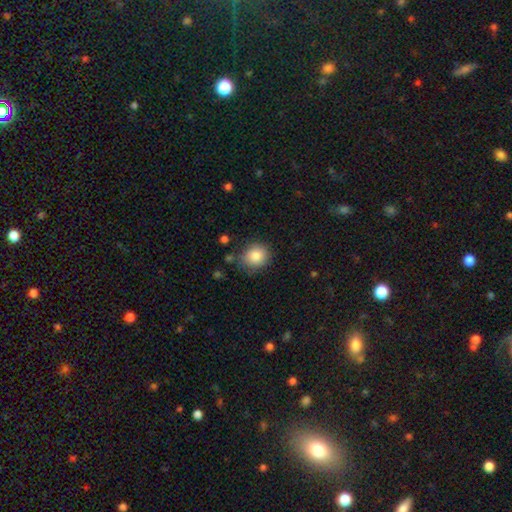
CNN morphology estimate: A smooth galaxy with no disk features (85%) that is round (77%).

Vote fractions:
- Smooth or featured? smooth: 85% / star or artifact: 9% / featured or disk: 6%
- How rounded? round: 77% / in between: 22% / cigar-shaped: 1%
- Merging? none: 76% / minor disturbance: 17% / major disturbance: 4% / merger: 3%